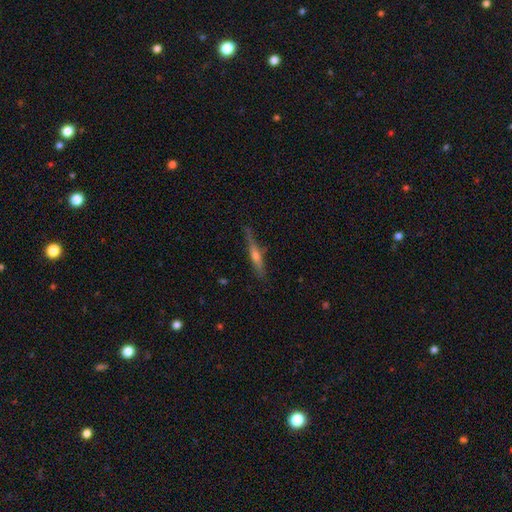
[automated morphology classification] This is likely a featured or disk galaxy (70%). It is clearly viewed edge-on (96%). Edge-on bulge: clearly rounded (83%). Merging: clearly none (83%).